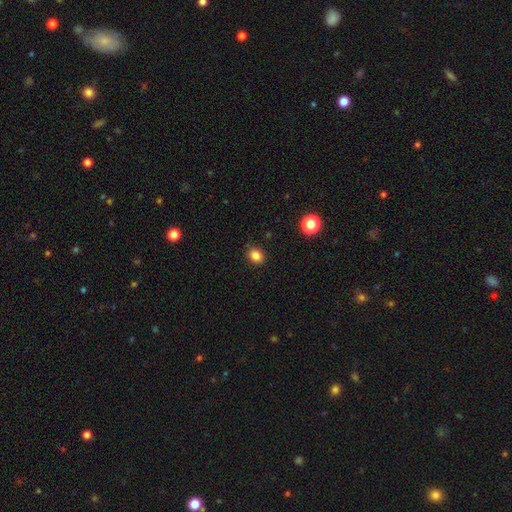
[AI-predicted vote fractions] This is clearly a smooth galaxy (84%). How rounded: possibly round (51%). Merging: clearly none (86%).